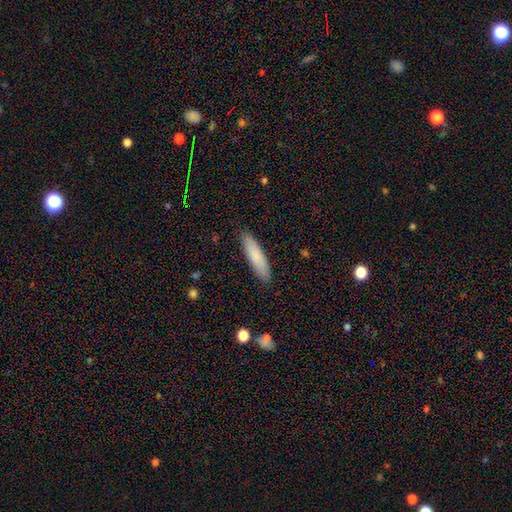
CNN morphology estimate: This is clearly a smooth galaxy (83%). How rounded: likely cigar-shaped (75%). Merging: clearly none (89%).